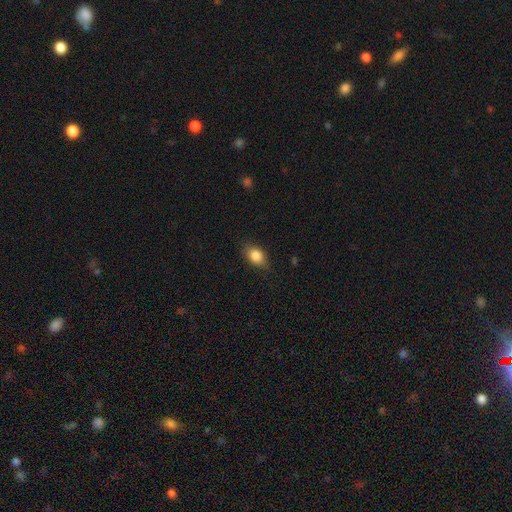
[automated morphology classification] Smooth or featured? smooth (84%)
How rounded? in between (75%)
Merging? none (76%)